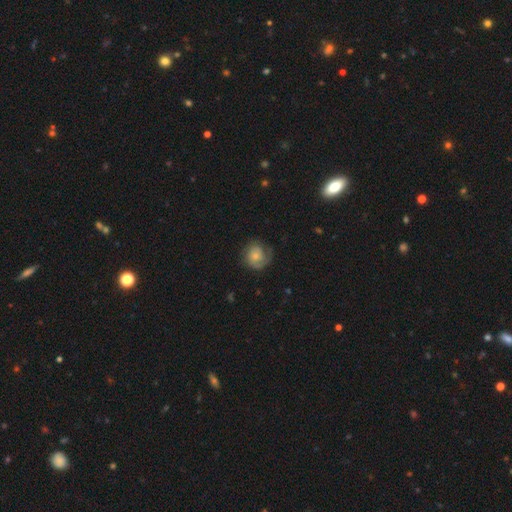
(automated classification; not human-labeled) Smooth or featured?
  - smooth: 49% *
  - featured or disk: 43%
  - star or artifact: 8%
Merging?
  - none: 62% *
  - minor disturbance: 23%
  - major disturbance: 14%
  - merger: 1%